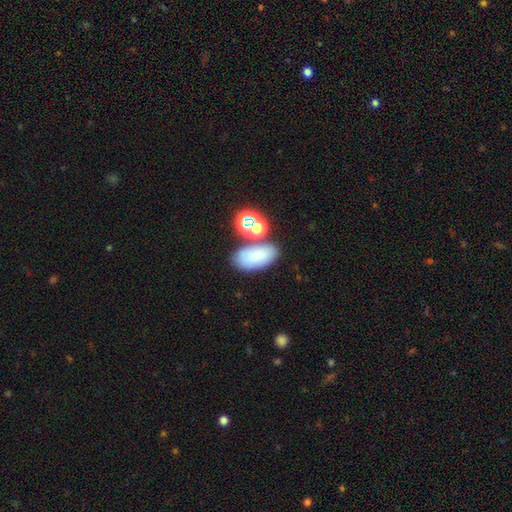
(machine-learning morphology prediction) The model was most divided on "merging": none: 62%, merger: 19%, minor disturbance: 14%, major disturbance: 5%. More confident: how rounded — in between (89%); smooth or featured — smooth (70%).